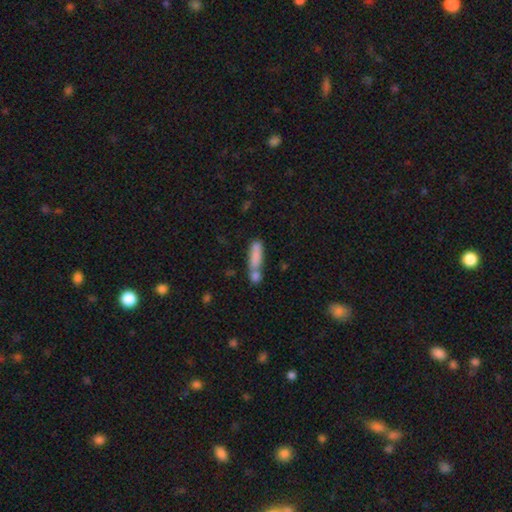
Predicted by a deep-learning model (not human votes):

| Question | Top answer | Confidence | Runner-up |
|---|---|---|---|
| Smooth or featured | smooth | 79% | featured or disk (13%) |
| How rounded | cigar-shaped | 63% | in between (34%) |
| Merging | merger | 45% | none (37%) |